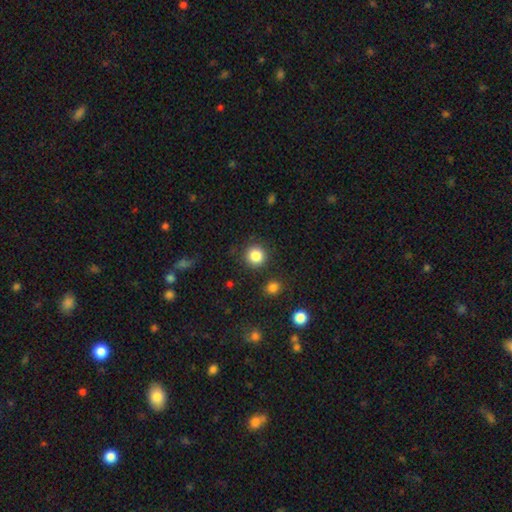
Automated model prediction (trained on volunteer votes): Smooth or featured?
  - smooth: 85% *
  - star or artifact: 10%
  - featured or disk: 5%
How rounded?
  - round: 93% *
  - in between: 6%
  - cigar-shaped: 1%
Merging?
  - none: 88% *
  - minor disturbance: 6%
  - merger: 3%
  - major disturbance: 3%